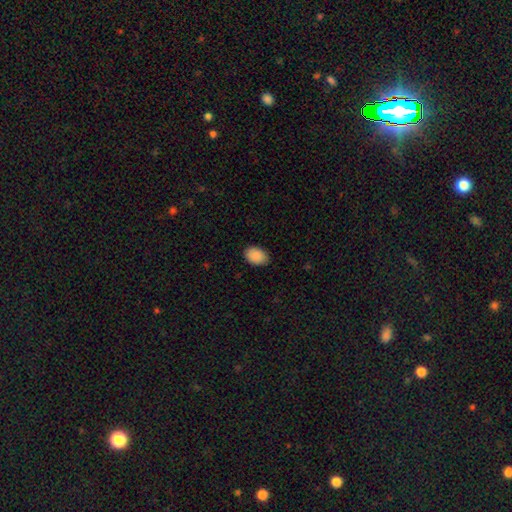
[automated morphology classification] A smooth galaxy with no disk features (90%) that is in between round and cigar-shaped (84%). Merging: none (85%).